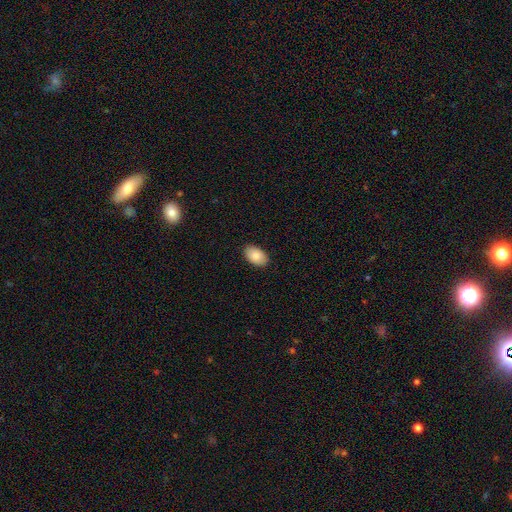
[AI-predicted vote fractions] Smooth or featured? Predicted: smooth (p=0.86). How rounded? Predicted: in between (p=0.92). Merging? Predicted: none (p=0.89).